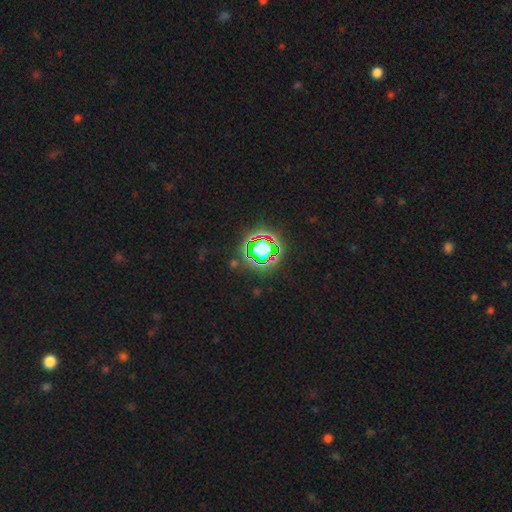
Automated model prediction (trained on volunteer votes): star or artifact 79%, smooth 13%, featured or disk 8%.